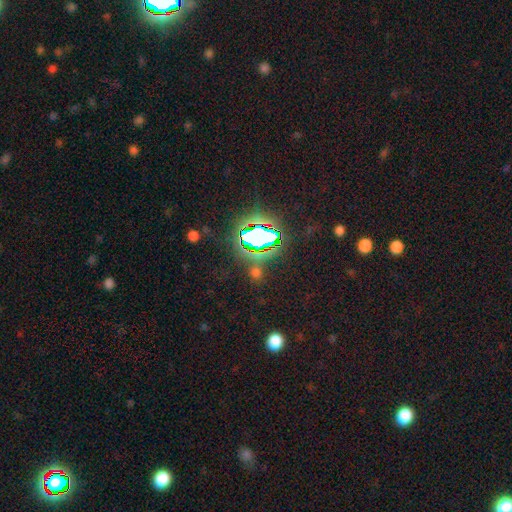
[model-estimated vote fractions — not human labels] A star or artifact, not a galaxy (81%).

Vote fractions:
- Smooth or featured? star or artifact: 81% / smooth: 12% / featured or disk: 7%